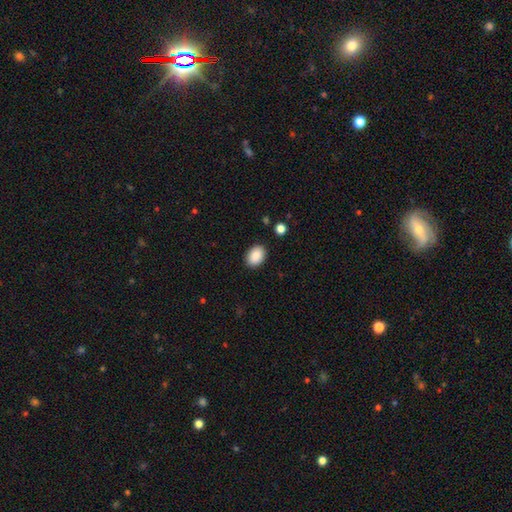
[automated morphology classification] This is clearly a smooth galaxy (89%). How rounded: likely in between (79%). Merging: clearly none (89%).